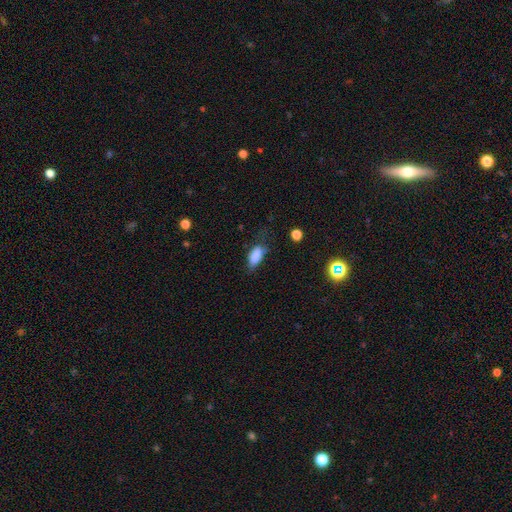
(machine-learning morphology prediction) smooth 85%, star or artifact 8%, featured or disk 7%. Down the decision tree: how rounded — in between (88%); merging — none (53%).